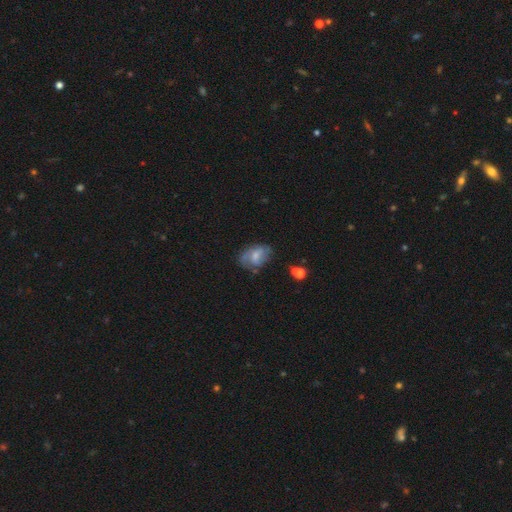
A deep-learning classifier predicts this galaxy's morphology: Smooth or featured? Predicted: featured or disk (p=0.59). Edge-on disk? Predicted: no (p=0.96). Bar? Predicted: weak (p=0.48). Spiral arms? Predicted: yes (p=0.80). Bulge size? Predicted: small (p=0.41). Merging? Predicted: none (p=0.58).